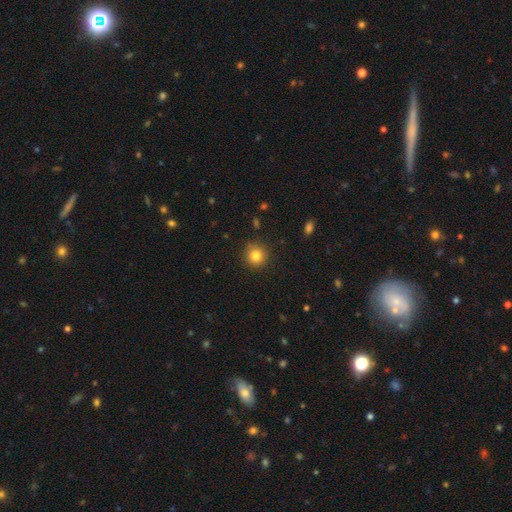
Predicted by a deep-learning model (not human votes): Smooth or featured: smooth — 83% (star or artifact — 11%)
How rounded: round — 92% (in between — 7%)
Merging: none — 89% (minor disturbance — 8%)